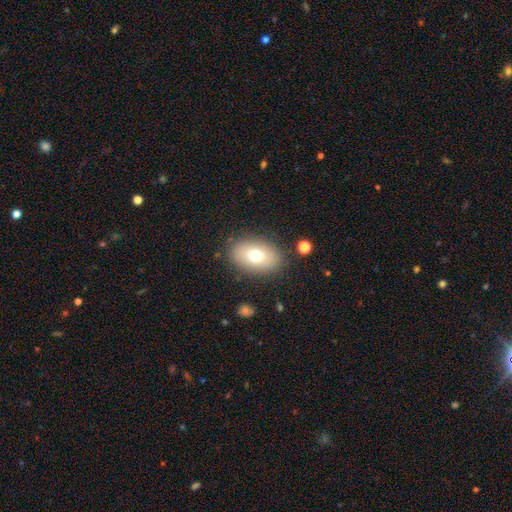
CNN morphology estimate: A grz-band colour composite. It shows a smooth galaxy with no disk features (72%) that is in between round and cigar-shaped (82%). Merging: none (85%).